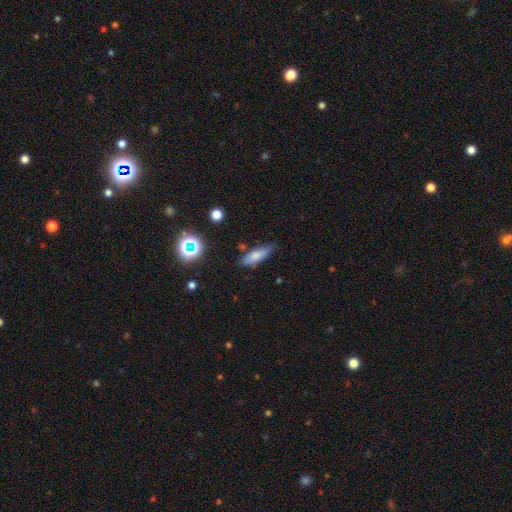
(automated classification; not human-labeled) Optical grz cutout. It shows a smooth galaxy with no disk features (75%) that is in between round and cigar-shaped (57%). Merging: none (75%).